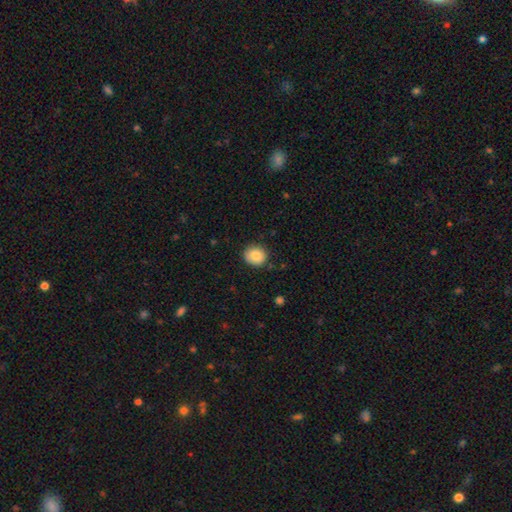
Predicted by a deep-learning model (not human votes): Q: Smooth or featured?
A: smooth (85%); runner-up: star or artifact (8%)
Q: How rounded?
A: round (82%); runner-up: in between (17%)
Q: Merging?
A: none (85%); runner-up: minor disturbance (11%)